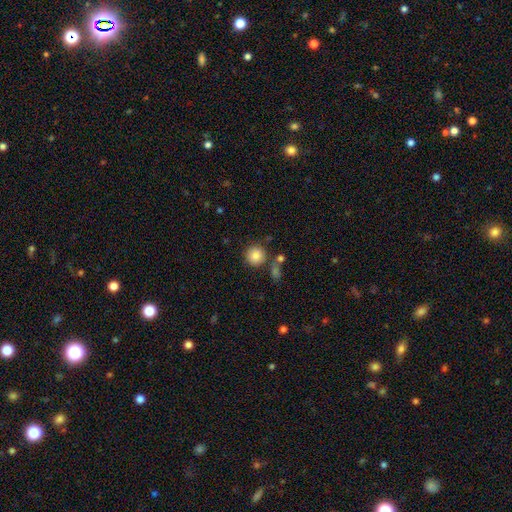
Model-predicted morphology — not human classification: A smooth galaxy with no disk features (86%) that is round (93%). Merging: none (78%).